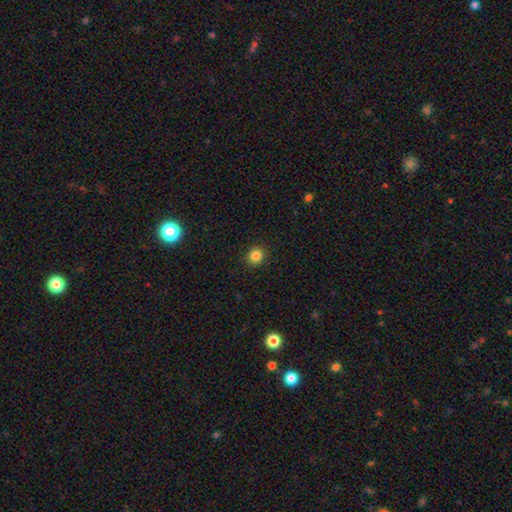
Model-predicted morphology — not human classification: Overall: smooth (84%). How rounded: round (84%). Merging: none (92%).